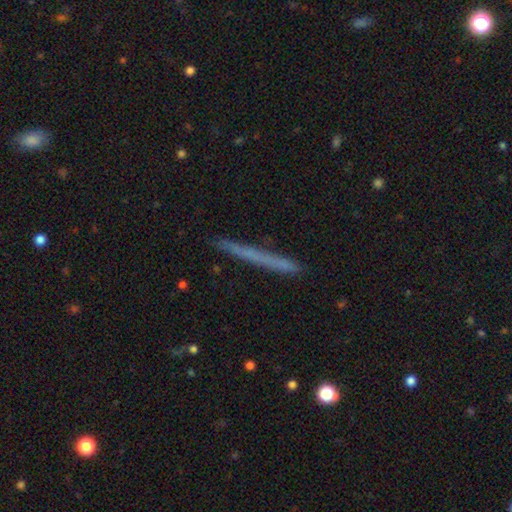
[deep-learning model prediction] Morphology: type=smooth (53%); roundness=cigar-shaped (97%); merging=none (88%).